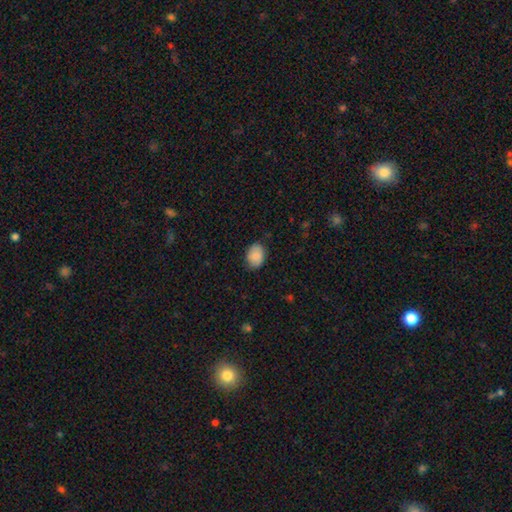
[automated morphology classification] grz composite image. It shows a smooth galaxy with no disk features (83%) that is in between round and cigar-shaped (72%). Merging: none (81%).